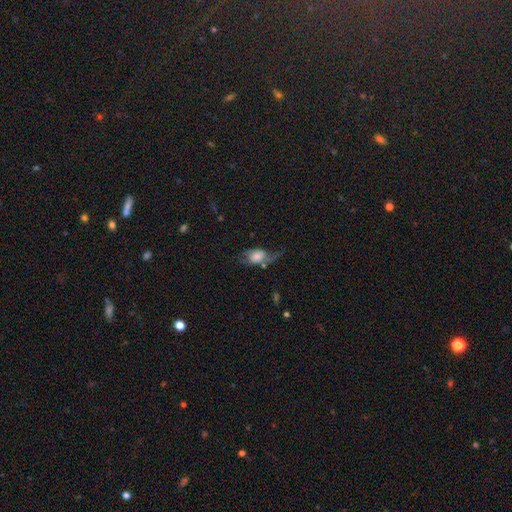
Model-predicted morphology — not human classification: Smooth or featured? featured or disk (50%)
Merging? none (37%)